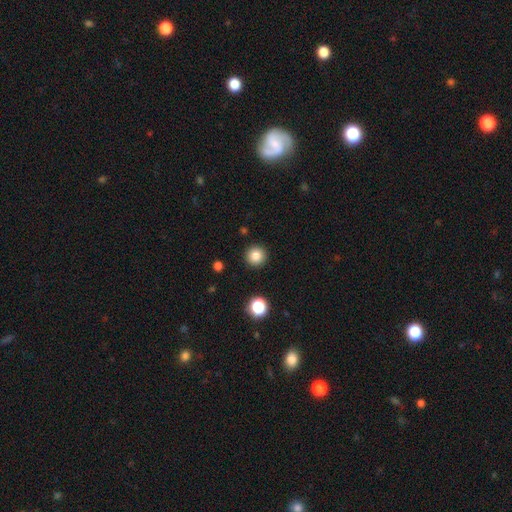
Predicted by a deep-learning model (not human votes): Smooth or featured: smooth — 84% (star or artifact — 11%)
How rounded: round — 95% (in between — 4%)
Merging: none — 91% (minor disturbance — 5%)